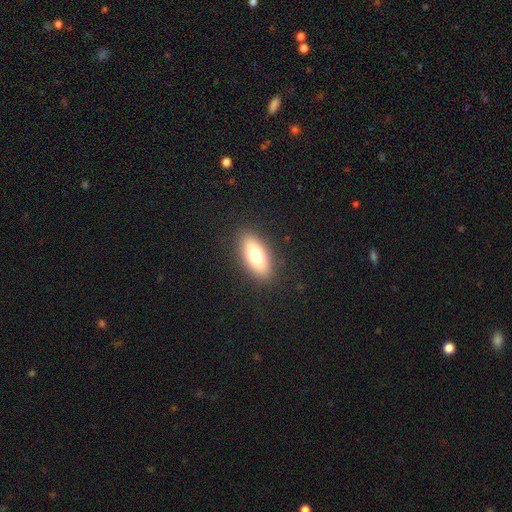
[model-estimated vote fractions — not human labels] Smooth or featured? smooth (72%)
How rounded? in between (79%)
Merging? none (88%)